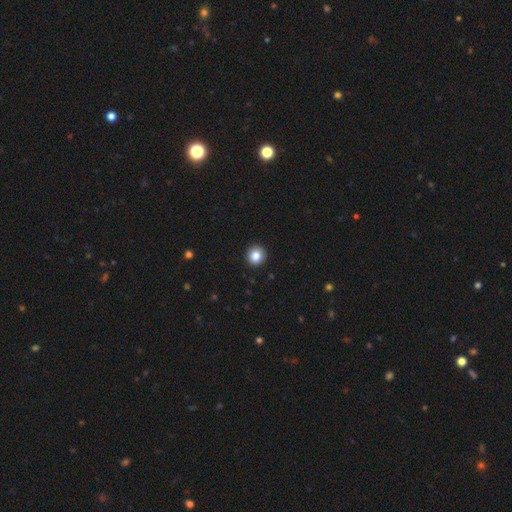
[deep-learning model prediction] A smooth galaxy with no disk features (86%) that is round (92%).

Vote fractions:
- Smooth or featured? smooth: 86% / star or artifact: 9% / featured or disk: 5%
- How rounded? round: 92% / in between: 7% / cigar-shaped: 1%
- Merging? none: 92% / minor disturbance: 5% / major disturbance: 2% / merger: 1%